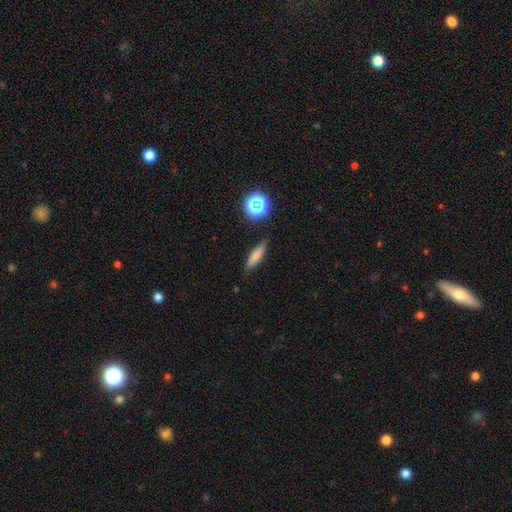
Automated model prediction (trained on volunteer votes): Smooth or featured? smooth (73%)
How rounded? cigar-shaped (69%)
Merging? none (83%)